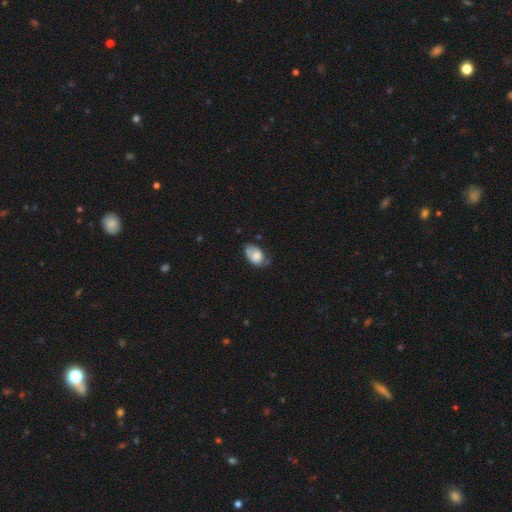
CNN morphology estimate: A smooth galaxy with no disk features (69%) that is in between round and cigar-shaped (88%).

Vote fractions:
- Smooth or featured? smooth: 69% / featured or disk: 24% / star or artifact: 8%
- How rounded? in between: 88% / round: 11% / cigar-shaped: 1%
- Merging? none: 41% / minor disturbance: 40% / major disturbance: 15% / merger: 4%